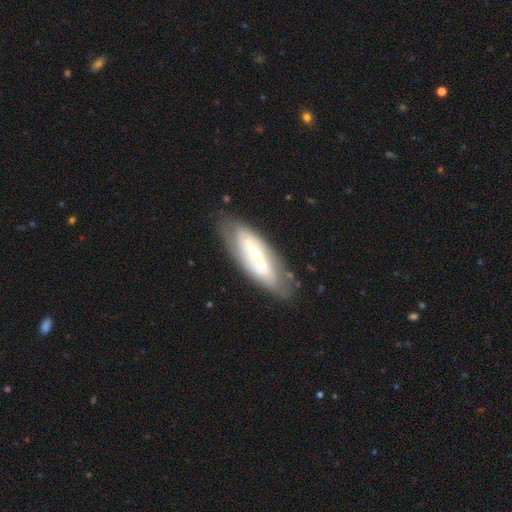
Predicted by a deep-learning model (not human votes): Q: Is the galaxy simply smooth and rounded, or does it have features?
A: featured or disk — 77%.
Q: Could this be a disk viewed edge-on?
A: no — 82%.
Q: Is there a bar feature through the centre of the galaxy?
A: strong — 62%.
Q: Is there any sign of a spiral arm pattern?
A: yes — 75%.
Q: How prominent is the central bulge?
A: small — 55%.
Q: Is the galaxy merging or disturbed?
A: none — 79%.